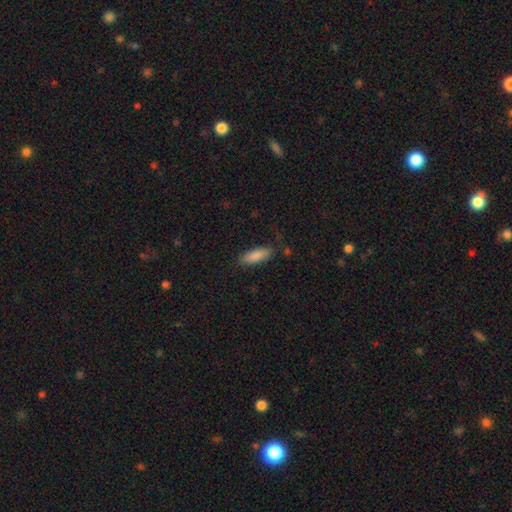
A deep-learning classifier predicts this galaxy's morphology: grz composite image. It shows a smooth galaxy with no disk features (86%) that is in between round and cigar-shaped (67%). Merging: none (79%).